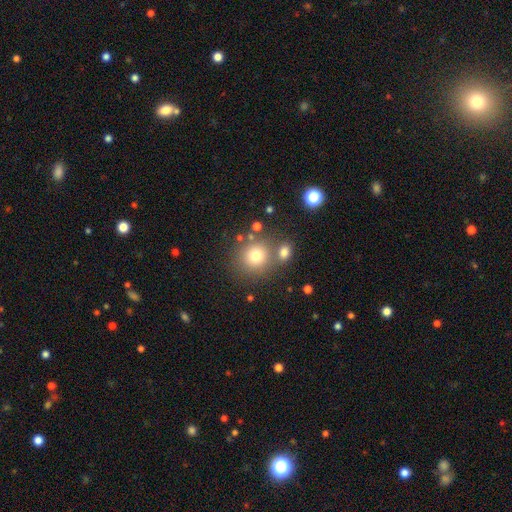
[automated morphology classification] Q: Smooth or featured?
A: smooth (74%); runner-up: star or artifact (14%)
Q: How rounded?
A: round (89%); runner-up: in between (10%)
Q: Merging?
A: none (67%); runner-up: merger (19%)